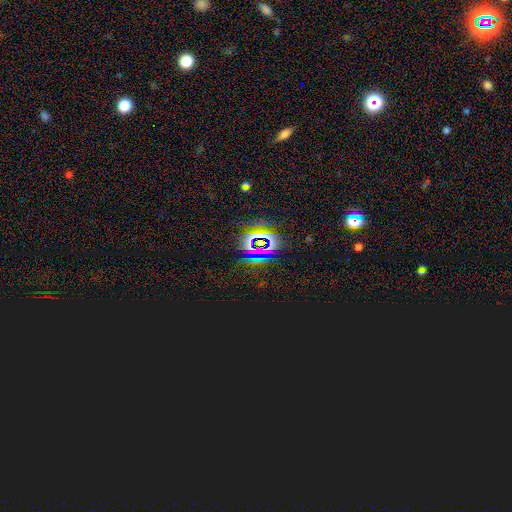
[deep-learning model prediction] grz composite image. It shows a star or artifact, not a galaxy (83%).